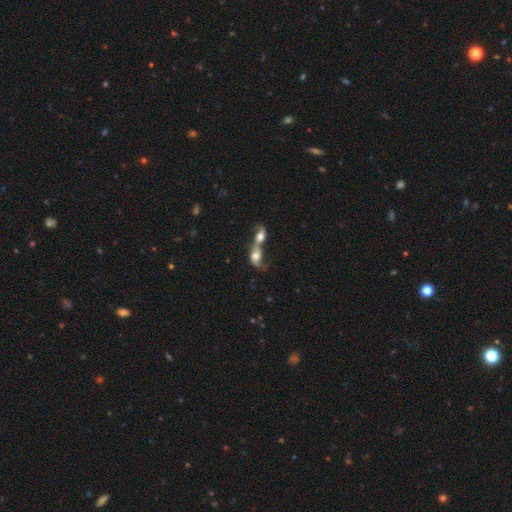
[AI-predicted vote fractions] Overall: smooth (51%; featured or disk 39%). How rounded: in between (64%; round 30%). Merging: merger (85%).